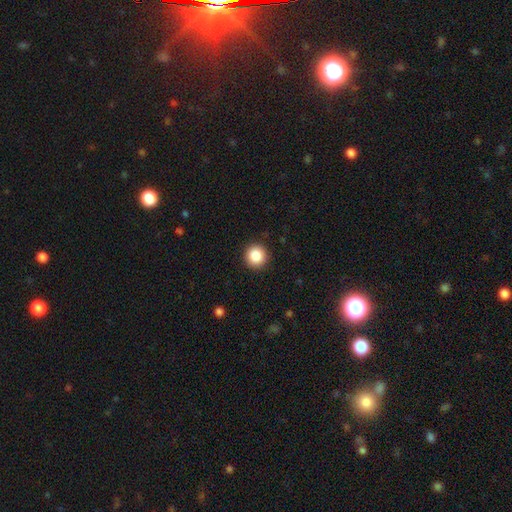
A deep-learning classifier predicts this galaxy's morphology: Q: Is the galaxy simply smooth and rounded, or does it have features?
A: smooth — 87%.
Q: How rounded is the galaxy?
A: round — 94%.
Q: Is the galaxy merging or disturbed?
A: none — 92%.